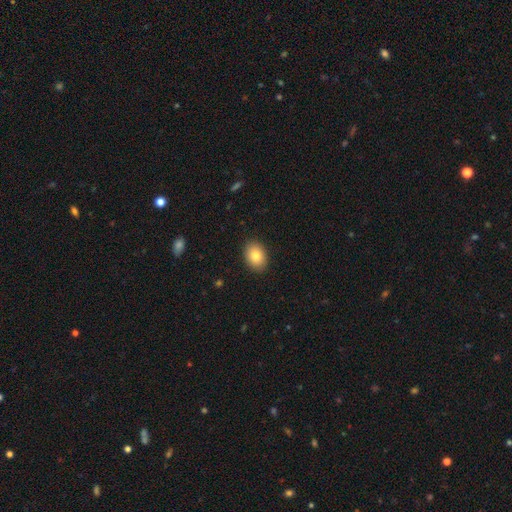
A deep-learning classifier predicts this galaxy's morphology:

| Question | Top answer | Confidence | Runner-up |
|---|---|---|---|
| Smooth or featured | smooth | 83% | featured or disk (9%) |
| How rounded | in between | 71% | round (28%) |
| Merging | none | 90% | minor disturbance (8%) |